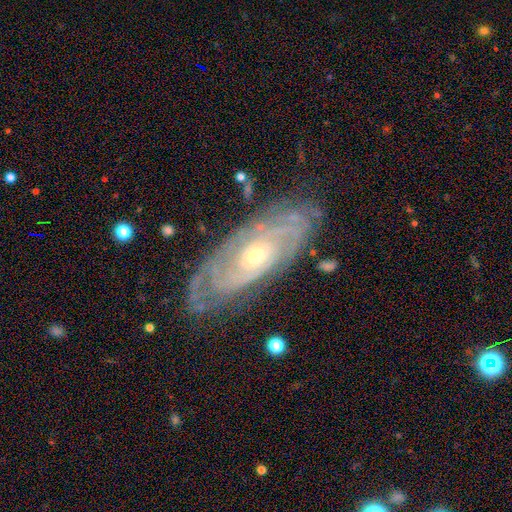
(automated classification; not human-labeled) Smooth or featured?
  - featured or disk: 85% *
  - smooth: 9%
  - star or artifact: 6%
Edge-on disk?
  - no: 89% *
  - yes: 11%
Bar?
  - no: 73% *
  - weak: 21%
  - strong: 7%
Spiral arms?
  - yes: 93% *
  - no: 7%
Spiral winding?
  - tight: 76% *
  - medium: 19%
  - loose: 4%
Spiral arm count?
  - can't tell: 43% *
  - 2: 28%
  - 3: 12%
  - 4: 7%
  - more than 4: 5%
  - 1: 5%
Bulge size?
  - small: 54% *
  - moderate: 42%
  - large: 2%
  - none: 1%
  - dominant: 1%
Merging?
  - none: 78% *
  - minor disturbance: 16%
  - major disturbance: 5%
  - merger: 1%